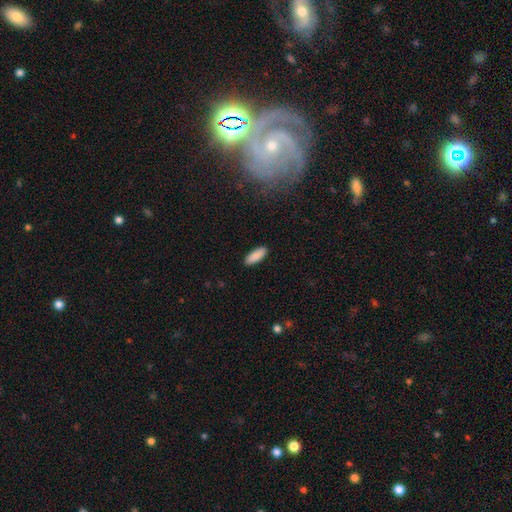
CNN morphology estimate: smooth_or_featured: smooth (p=0.90) [alt: star or artifact p=0.06]
how_rounded: in between (p=0.70) [alt: cigar-shaped p=0.28]
merging: none (p=0.90) [alt: minor disturbance p=0.07]